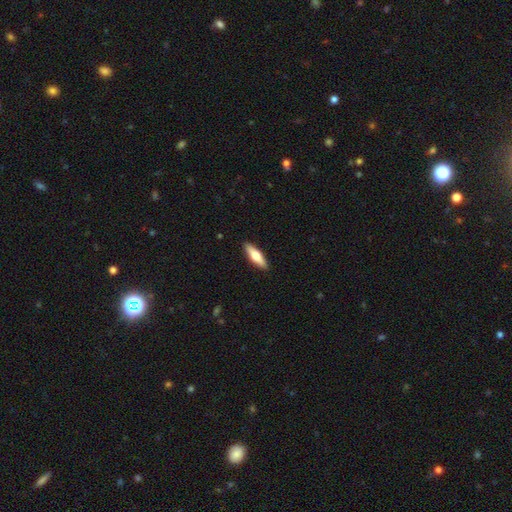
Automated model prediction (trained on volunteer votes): Overall: smooth (60%; featured or disk 35%). How rounded: cigar-shaped (58%; in between 40%). Merging: none (91%).